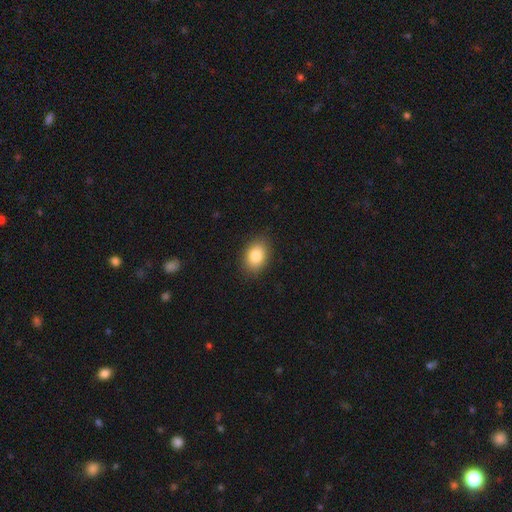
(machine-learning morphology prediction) smooth 84%, star or artifact 9%, featured or disk 8%. Down the decision tree: how rounded — in between (76%); merging — none (87%).